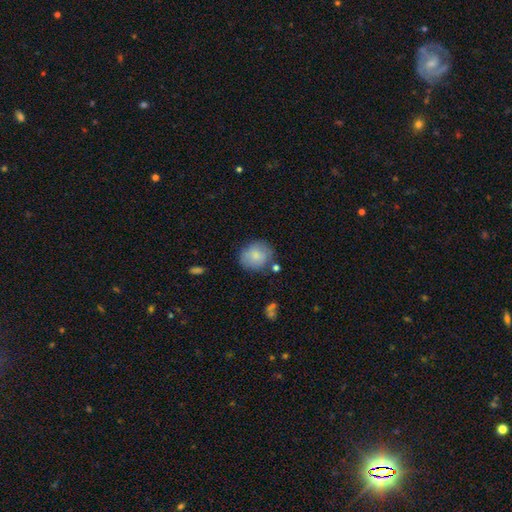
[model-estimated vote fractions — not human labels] smooth-or-featured: smooth: 81% | featured or disk: 12% | star or artifact: 7%
  how-rounded: round: 74% | in between: 25% | cigar-shaped: 1%
  merging: none: 73% | minor disturbance: 17% | major disturbance: 5% | merger: 5%